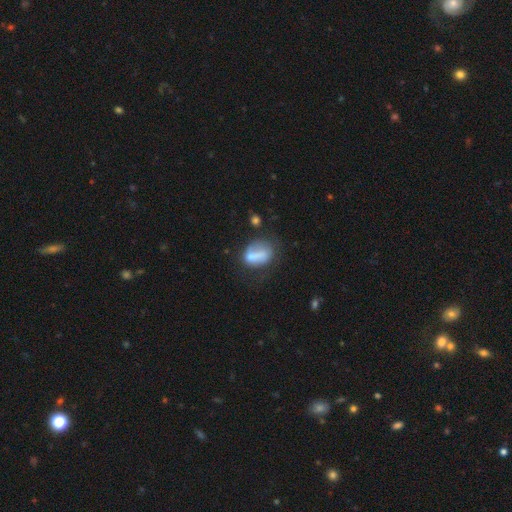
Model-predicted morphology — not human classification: Overall: smooth (62%; featured or disk 28%). How rounded: in between (70%). Merging: none (37%; minor disturbance 25%).